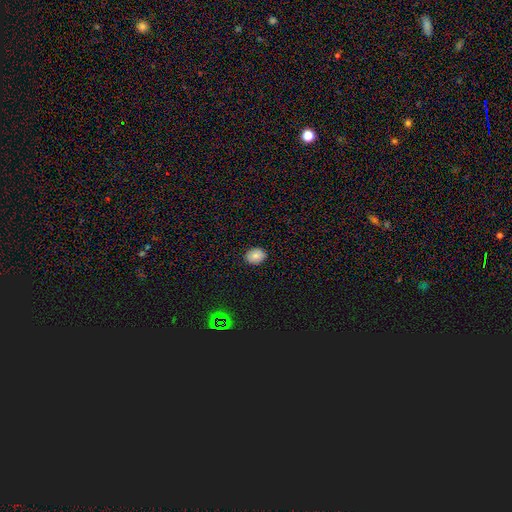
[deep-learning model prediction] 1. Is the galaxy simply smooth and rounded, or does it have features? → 82% smooth, 11% star or artifact, 7% featured or disk.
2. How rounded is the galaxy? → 60% in between, 39% round, 1% cigar-shaped.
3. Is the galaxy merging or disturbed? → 88% none, 9% minor disturbance, 2% major disturbance, 1% merger.